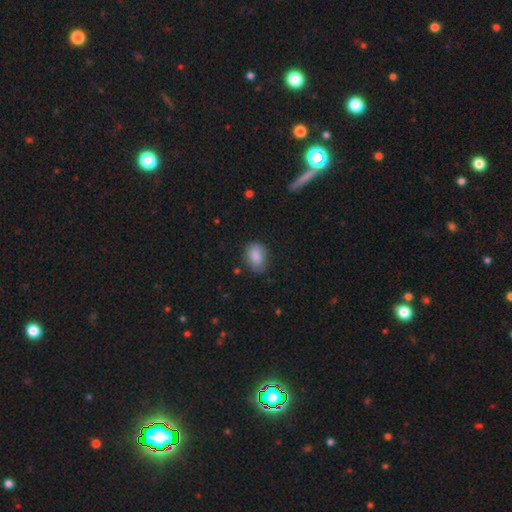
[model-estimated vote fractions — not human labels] This is clearly a smooth galaxy (85%). How rounded: likely in between (78%). Merging: likely none (72%).